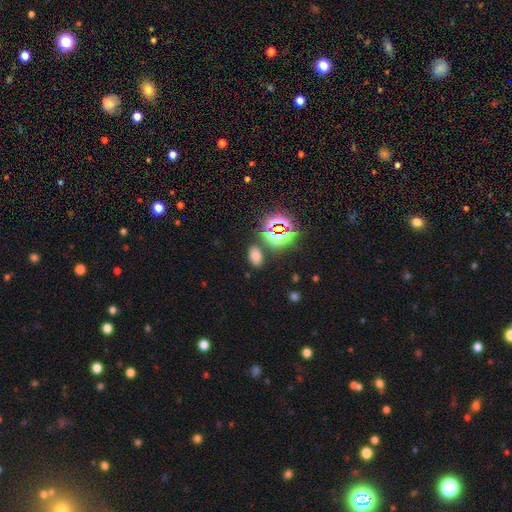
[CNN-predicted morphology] This appears to be a smooth galaxy with no disk features (64%) that is in between round and cigar-shaped (85%). Merging: none (81%).